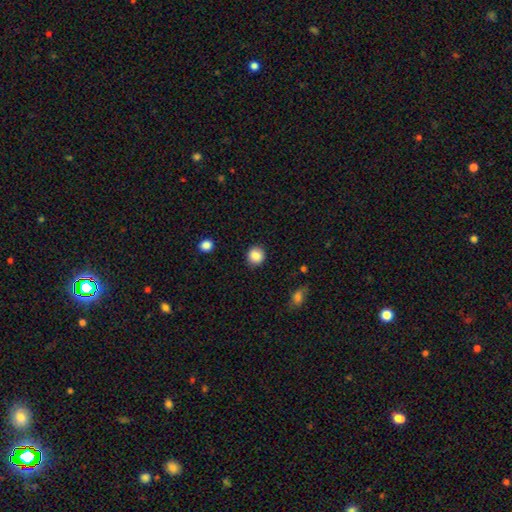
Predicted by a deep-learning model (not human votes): smooth-or-featured: smooth: 87% | star or artifact: 9% | featured or disk: 4%
  how-rounded: round: 88% | in between: 11% | cigar-shaped: 1%
  merging: none: 89% | minor disturbance: 7% | major disturbance: 2% | merger: 1%